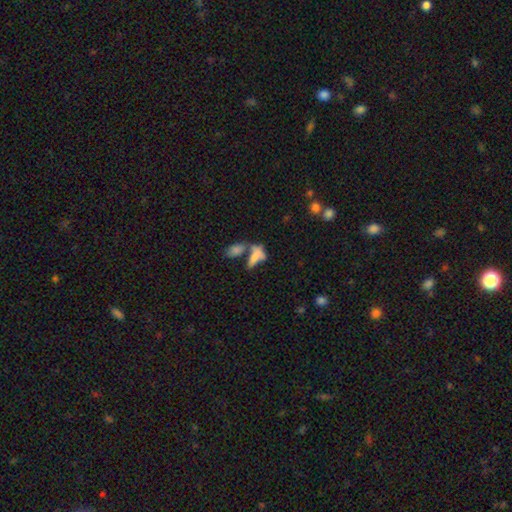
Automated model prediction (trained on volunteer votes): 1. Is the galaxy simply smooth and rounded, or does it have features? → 67% smooth, 22% featured or disk, 11% star or artifact.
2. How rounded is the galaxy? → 71% in between, 24% cigar-shaped, 5% round.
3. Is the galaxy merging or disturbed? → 52% merger, 27% none, 12% minor disturbance, 9% major disturbance.